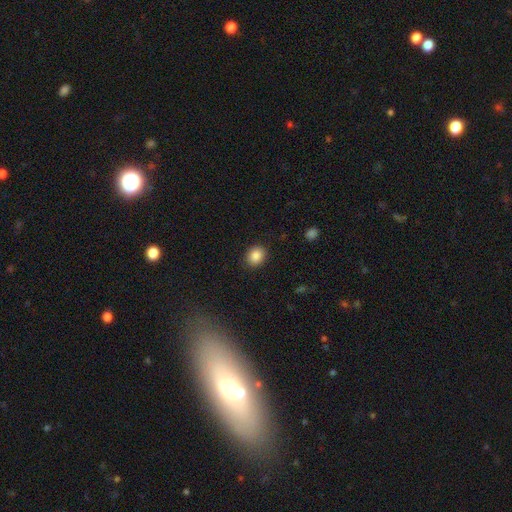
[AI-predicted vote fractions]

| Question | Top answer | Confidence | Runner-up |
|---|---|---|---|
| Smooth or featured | smooth | 87% | star or artifact (9%) |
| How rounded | round | 56% | in between (43%) |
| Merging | none | 89% | minor disturbance (7%) |